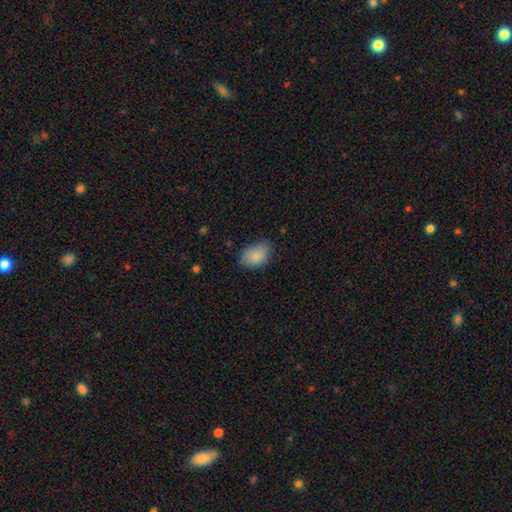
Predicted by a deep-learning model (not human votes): smooth 87%, star or artifact 6%, featured or disk 6%. Down the decision tree: how rounded — in between (87%); merging — none (76%).